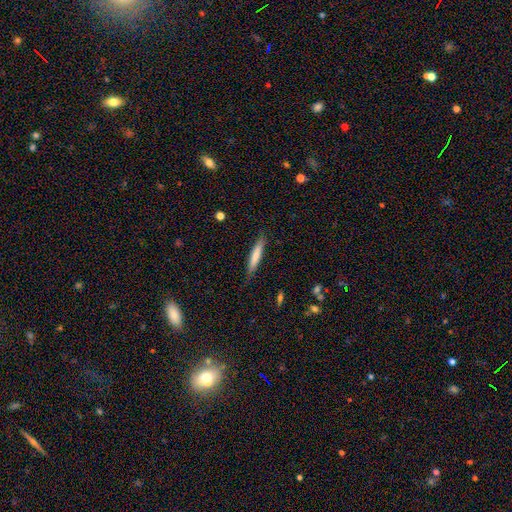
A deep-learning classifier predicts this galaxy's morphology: Smooth or featured? Predicted: smooth (p=0.71). How rounded? Predicted: cigar-shaped (p=0.91). Merging? Predicted: none (p=0.82).